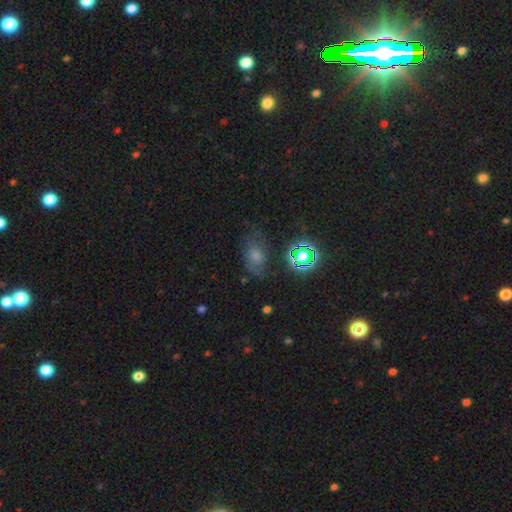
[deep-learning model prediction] A smooth galaxy with no disk features (45%).

Vote fractions:
- Smooth or featured? smooth: 45% / star or artifact: 32% / featured or disk: 23%
- Merging? none: 70% / minor disturbance: 19% / major disturbance: 8% / merger: 3%